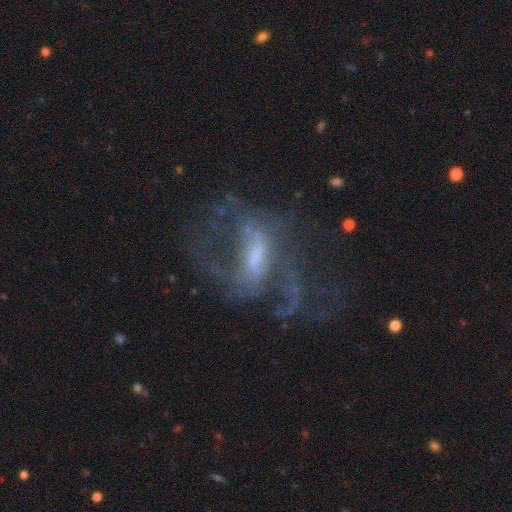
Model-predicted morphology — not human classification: Smooth or featured?
  - featured or disk: 78% *
  - star or artifact: 11%
  - smooth: 10%
Edge-on disk?
  - no: 94% *
  - yes: 6%
Bar?
  - weak: 45% *
  - strong: 33%
  - no: 22%
Spiral arms?
  - yes: 75% *
  - no: 25%
Spiral winding?
  - loose: 53% *
  - medium: 36%
  - tight: 11%
Spiral arm count?
  - 2: 56% *
  - can't tell: 22%
  - 1: 8%
  - 3: 7%
  - 4: 3%
  - more than 4: 3%
Bulge size?
  - moderate: 39% *
  - small: 34%
  - none: 17%
  - large: 8%
  - dominant: 2%
Merging?
  - none: 42% *
  - major disturbance: 39%
  - minor disturbance: 15%
  - merger: 4%